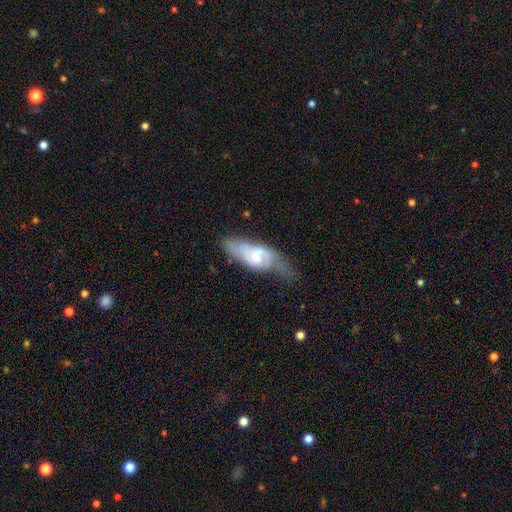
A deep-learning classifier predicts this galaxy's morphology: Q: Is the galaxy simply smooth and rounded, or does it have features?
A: featured or disk — 64%.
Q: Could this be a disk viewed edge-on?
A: no — 87%.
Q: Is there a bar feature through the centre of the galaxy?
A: no — 56%.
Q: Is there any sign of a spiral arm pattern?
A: yes — 74%.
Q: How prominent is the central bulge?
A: small — 47%.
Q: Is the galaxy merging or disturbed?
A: none — 39%.